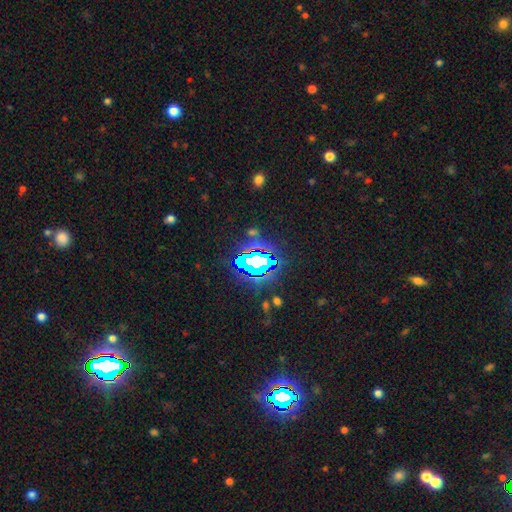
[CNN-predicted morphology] star or artifact 72%, smooth 16%, featured or disk 12%.